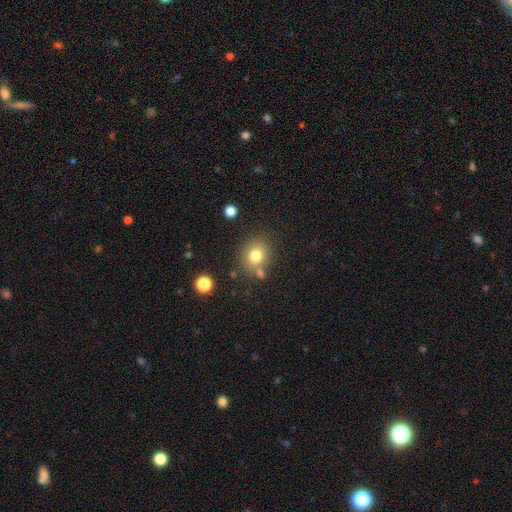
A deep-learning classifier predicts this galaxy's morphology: Smooth or featured?
  - smooth: 78% *
  - star or artifact: 12%
  - featured or disk: 10%
How rounded?
  - round: 74% *
  - in between: 25%
  - cigar-shaped: 1%
Merging?
  - none: 72% *
  - minor disturbance: 12%
  - merger: 12%
  - major disturbance: 4%